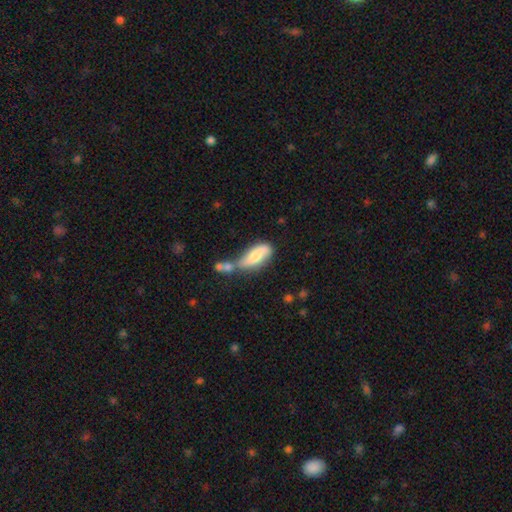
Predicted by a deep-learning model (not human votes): Morphology: type=smooth (54%); roundness=in between (76%); merging=merger (36%).